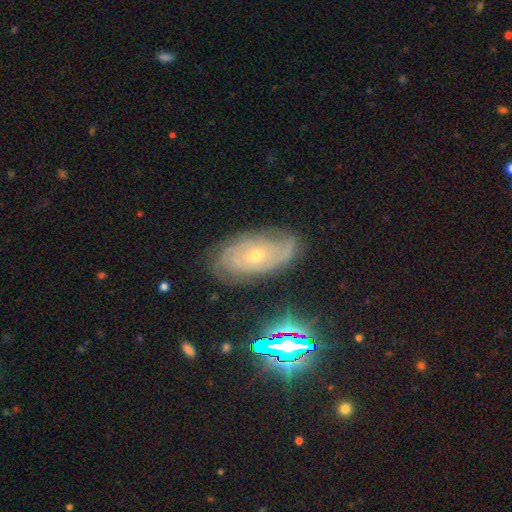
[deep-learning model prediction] A featured or disk galaxy (79%) with no bar (72%), tight (67%) spiral arms (92%) and a small central bulge (67%). Merging: none (72%).